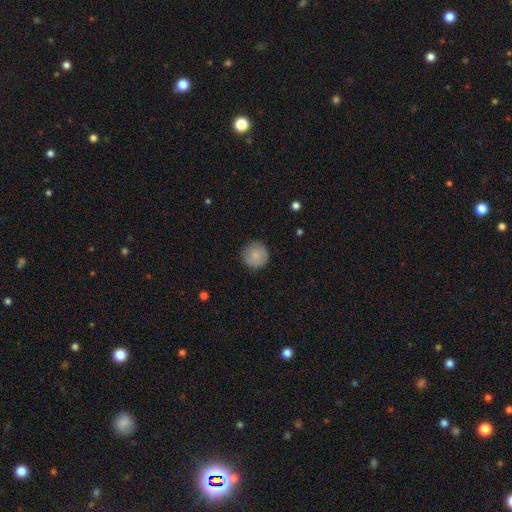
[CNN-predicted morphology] smooth_or_featured: smooth (p=0.83) [alt: featured or disk p=0.10]
how_rounded: round (p=0.96) [alt: in between p=0.03]
merging: none (p=0.89) [alt: minor disturbance p=0.08]